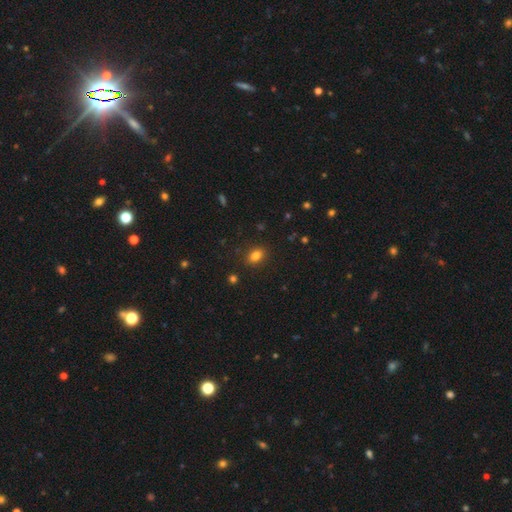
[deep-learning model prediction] smooth_or_featured: smooth (p=0.82) [alt: star or artifact p=0.12]
how_rounded: in between (p=0.74) [alt: round p=0.24]
merging: none (p=0.87) [alt: minor disturbance p=0.09]